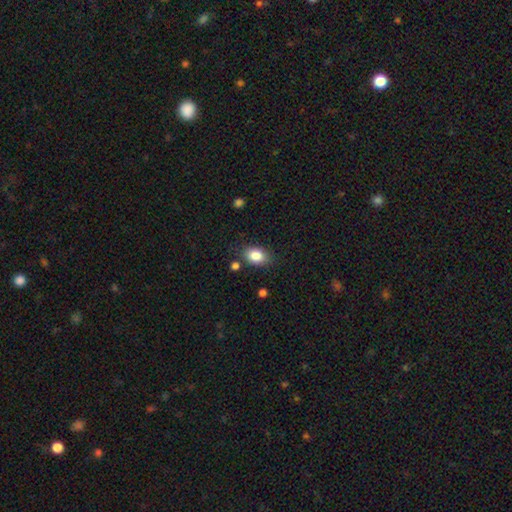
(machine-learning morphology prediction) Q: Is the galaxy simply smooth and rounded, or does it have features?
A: smooth — 85%.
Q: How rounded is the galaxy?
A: in between — 78%.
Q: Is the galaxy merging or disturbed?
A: none — 79%.